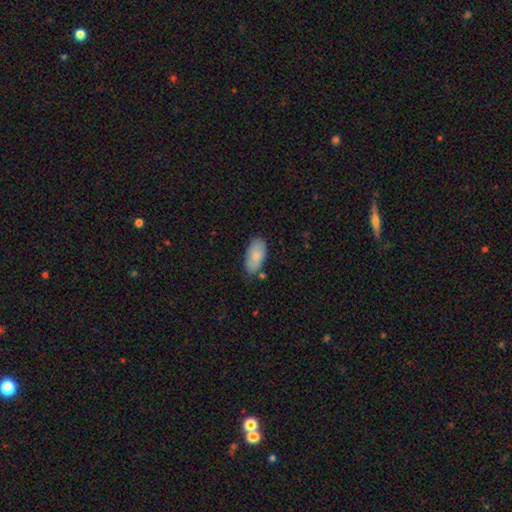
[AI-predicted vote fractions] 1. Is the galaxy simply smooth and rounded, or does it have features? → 84% smooth, 10% featured or disk, 6% star or artifact.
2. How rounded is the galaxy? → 93% in between, 4% cigar-shaped, 2% round.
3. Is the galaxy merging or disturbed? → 73% none, 19% minor disturbance, 4% merger, 3% major disturbance.